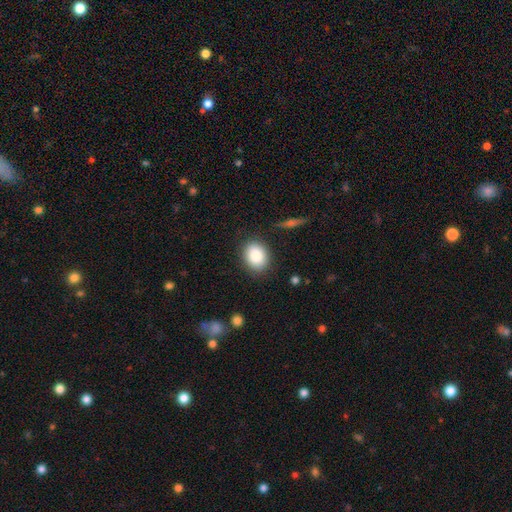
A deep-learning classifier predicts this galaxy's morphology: Q: Smooth or featured?
A: smooth (85%); runner-up: star or artifact (8%)
Q: How rounded?
A: in between (55%); runner-up: round (44%)
Q: Merging?
A: none (86%); runner-up: minor disturbance (10%)